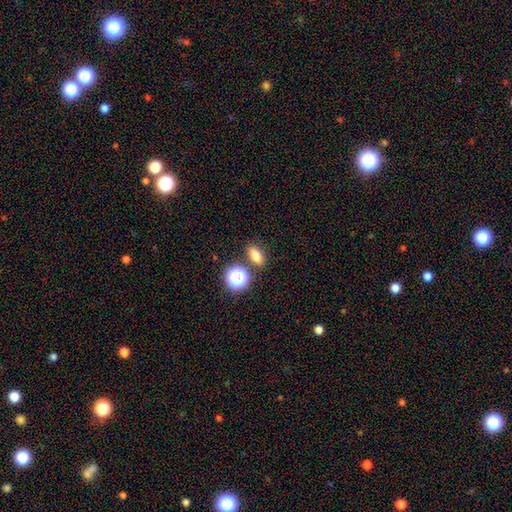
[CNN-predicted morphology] A smooth galaxy with no disk features (78%) that is in between round and cigar-shaped (72%).

Vote fractions:
- Smooth or featured? smooth: 78% / star or artifact: 15% / featured or disk: 7%
- How rounded? in between: 72% / round: 22% / cigar-shaped: 6%
- Merging? none: 79% / minor disturbance: 10% / merger: 8% / major disturbance: 3%